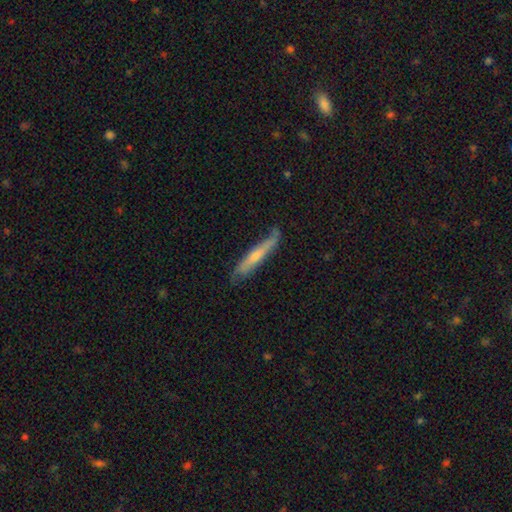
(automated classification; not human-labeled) Smooth or featured? smooth (49%)
Merging? none (68%)